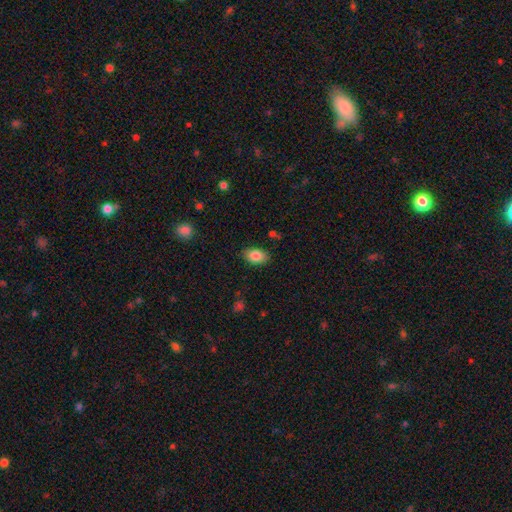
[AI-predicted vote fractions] Morphology: type=smooth (85%); roundness=in between (89%); merging=none (86%).